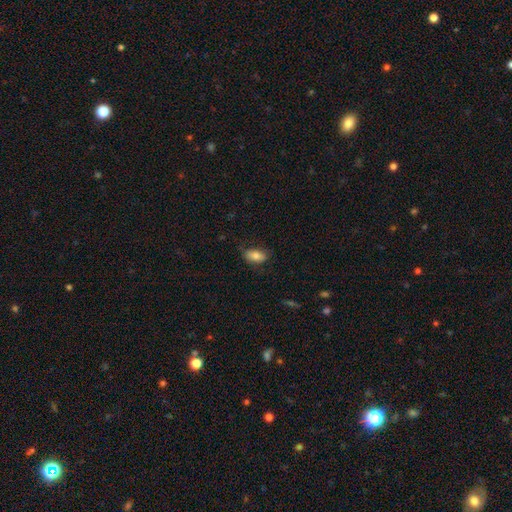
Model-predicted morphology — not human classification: This appears to be a smooth galaxy with no disk features (79%) that is in between round and cigar-shaped (90%). Merging: none (71%).